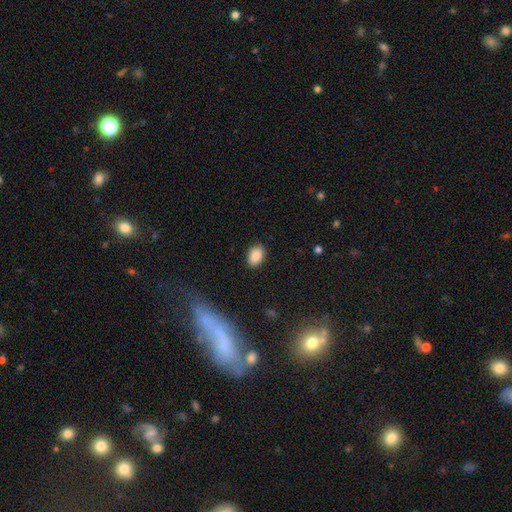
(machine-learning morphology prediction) A smooth galaxy with no disk features (88%) that is in between round and cigar-shaped (82%). Merging: none (86%).